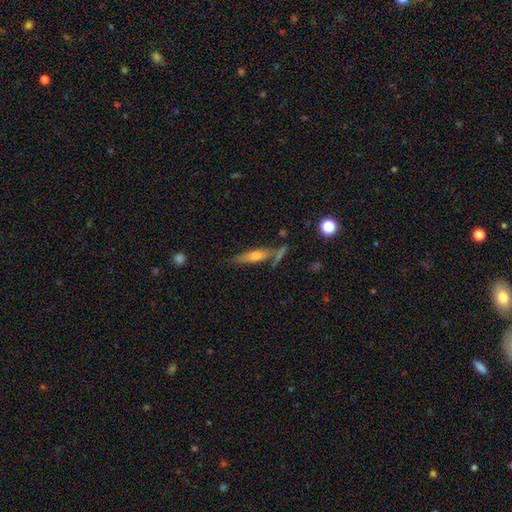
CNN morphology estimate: This is possibly a featured or disk galaxy (53%). It is clearly viewed edge-on (88%). Merging: likely none (66%).